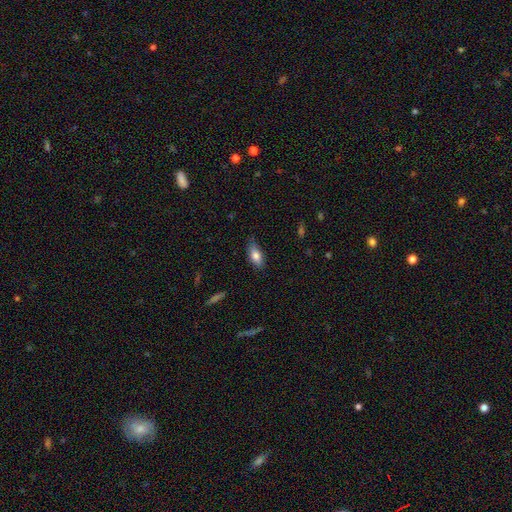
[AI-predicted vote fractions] Overall: smooth (78%). How rounded: in between (82%). Merging: none (79%).